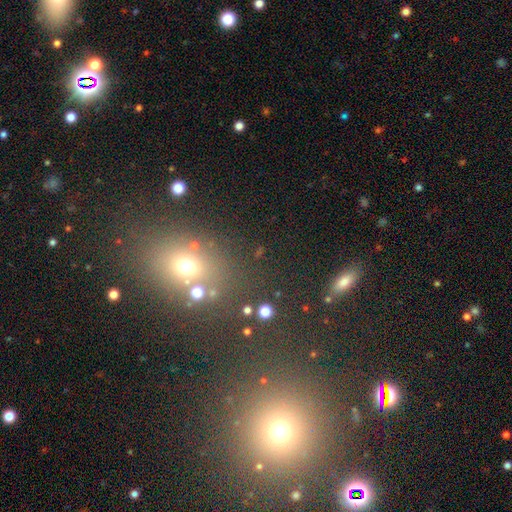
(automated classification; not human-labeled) A star or artifact, not a galaxy (48%).